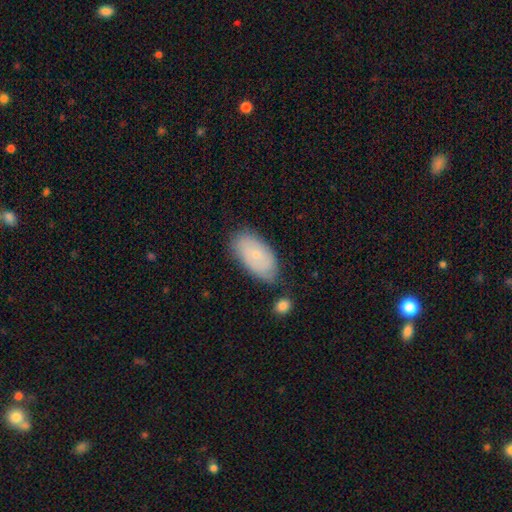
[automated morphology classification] The model was most divided on "smooth or featured": smooth: 61%, featured or disk: 32%, star or artifact: 7%. More confident: how rounded — in between (94%); merging — none (71%).